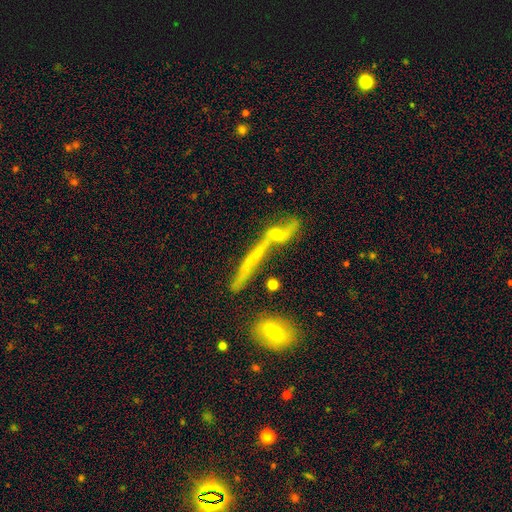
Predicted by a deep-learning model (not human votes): Smooth or featured?
  - featured or disk: 58% *
  - smooth: 29%
  - star or artifact: 14%
Edge-on disk?
  - yes: 77% *
  - no: 23%
Merging?
  - none: 53% *
  - merger: 22%
  - minor disturbance: 14%
  - major disturbance: 11%